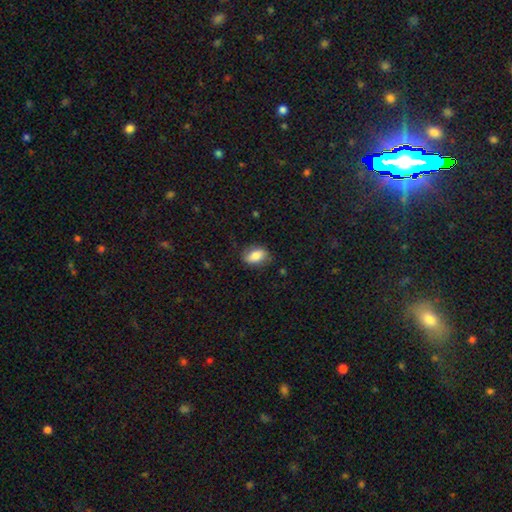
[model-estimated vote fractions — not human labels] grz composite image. It shows a smooth galaxy with no disk features (80%) that is in between round and cigar-shaped (85%). Merging: none (78%).